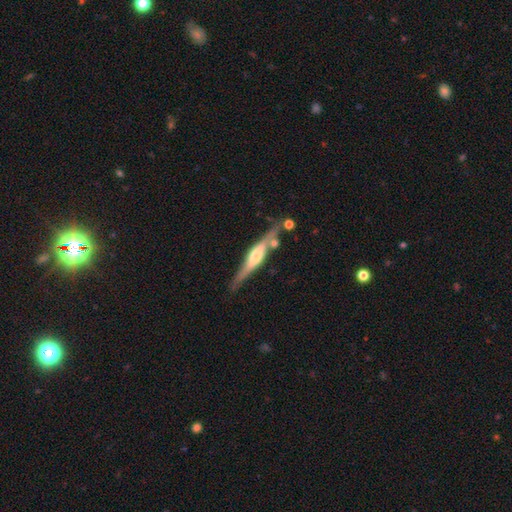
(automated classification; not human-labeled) Smooth or featured: featured or disk — 73% (smooth — 21%)
Edge-on disk: yes — 95% (no — 5%)
Edge-on bulge: rounded — 70% (boxy — 23%)
Merging: none — 70% (minor disturbance — 16%)